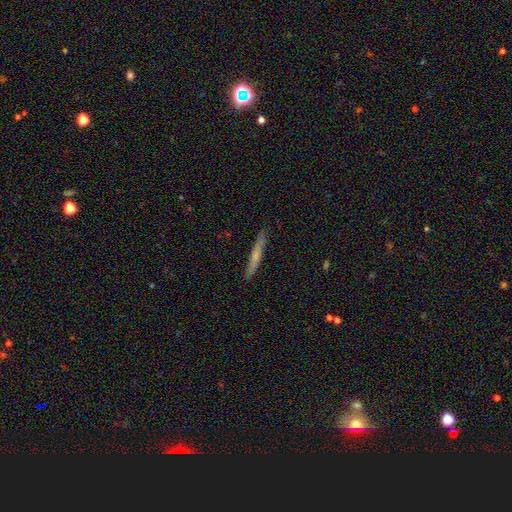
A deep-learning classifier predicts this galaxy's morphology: Smooth or featured? smooth (57%)
How rounded? cigar-shaped (96%)
Merging? none (90%)